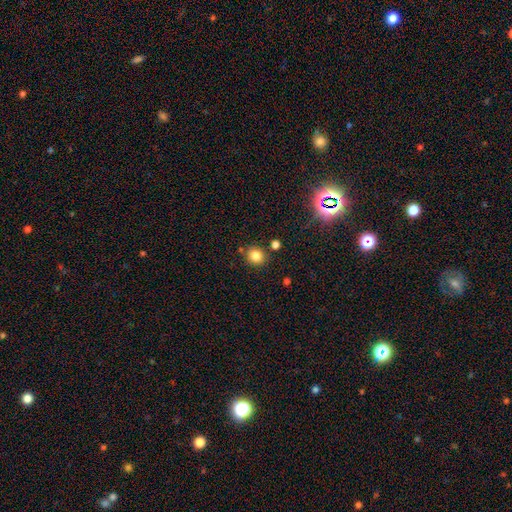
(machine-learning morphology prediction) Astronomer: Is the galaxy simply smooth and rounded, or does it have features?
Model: smooth — 81%.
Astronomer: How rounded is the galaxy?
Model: round — 88%.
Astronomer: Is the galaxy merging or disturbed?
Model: none — 82%.